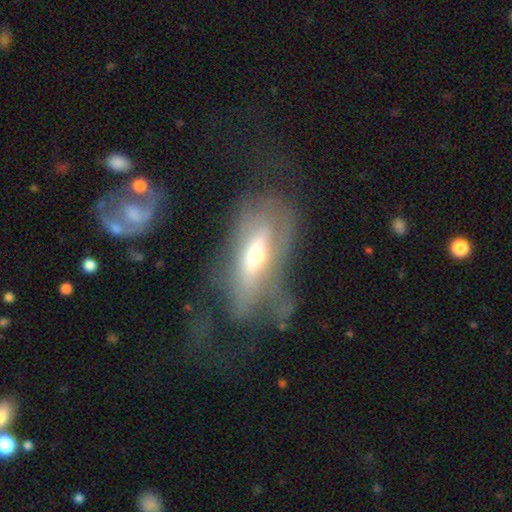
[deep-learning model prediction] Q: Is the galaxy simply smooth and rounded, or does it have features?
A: featured or disk — 61%.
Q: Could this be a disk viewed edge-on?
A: no — 72%.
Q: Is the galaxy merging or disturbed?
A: major disturbance — 40%.